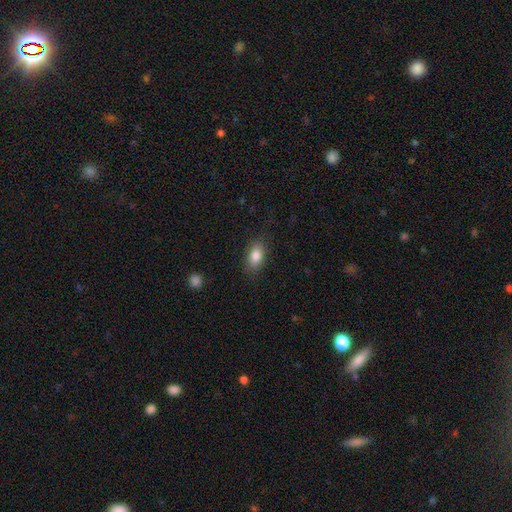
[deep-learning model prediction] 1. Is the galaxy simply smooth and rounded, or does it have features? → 84% smooth, 8% star or artifact, 8% featured or disk.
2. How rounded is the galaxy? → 87% in between, 9% round, 4% cigar-shaped.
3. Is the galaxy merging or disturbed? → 84% none, 12% minor disturbance, 3% major disturbance, 1% merger.